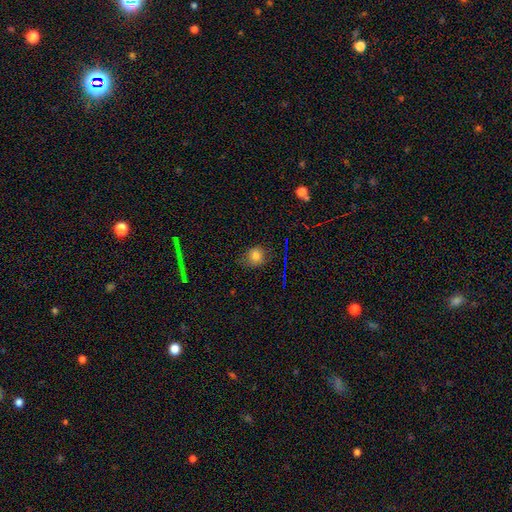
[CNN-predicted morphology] smooth 77%, star or artifact 15%, featured or disk 8%. Down the decision tree: how rounded — round (73%); merging — none (71%).